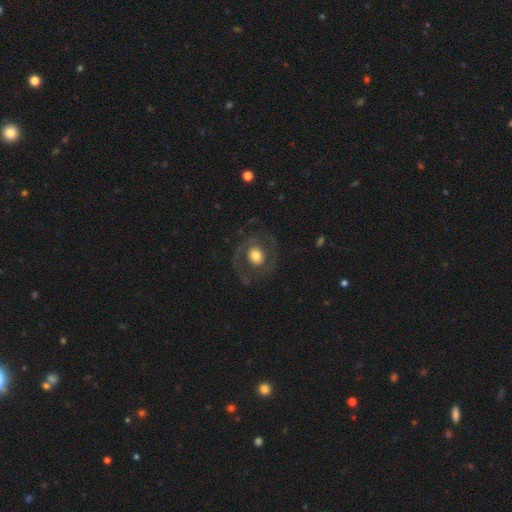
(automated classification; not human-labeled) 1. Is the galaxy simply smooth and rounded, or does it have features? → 54% featured or disk, 39% smooth, 7% star or artifact.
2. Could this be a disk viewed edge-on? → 96% no, 4% yes.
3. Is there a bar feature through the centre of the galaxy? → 77% no, 17% weak, 6% strong.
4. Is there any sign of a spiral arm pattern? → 53% no, 47% yes.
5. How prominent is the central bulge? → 54% moderate, 34% large, 7% small, 3% dominant, 1% none.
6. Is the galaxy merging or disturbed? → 73% none, 13% major disturbance, 13% minor disturbance, 1% merger.